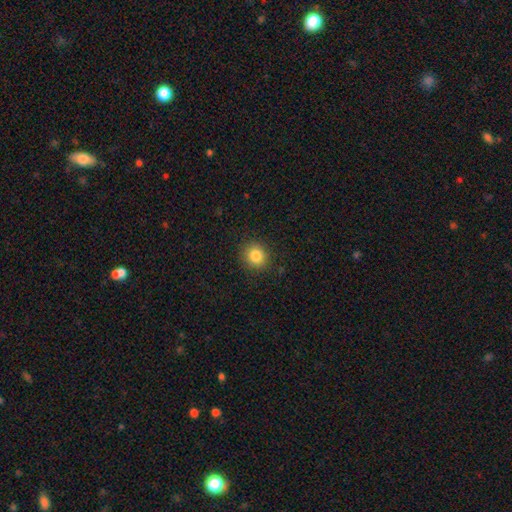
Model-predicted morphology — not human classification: The model was most divided on "how rounded": round: 82%, in between: 17%, cigar-shaped: 1%. More confident: merging — none (89%); smooth or featured — smooth (84%).